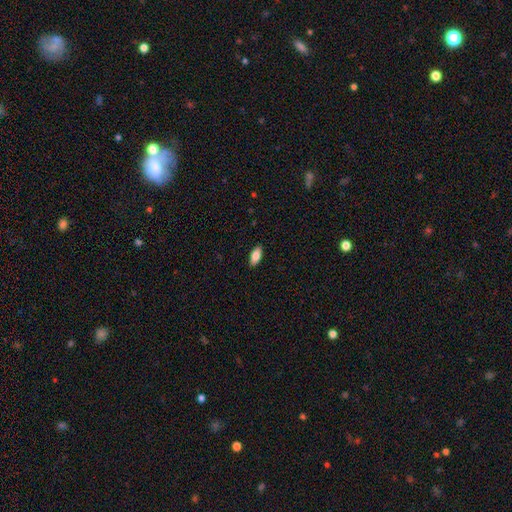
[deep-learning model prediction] Smooth or featured? smooth (83%)
How rounded? in between (88%)
Merging? none (89%)